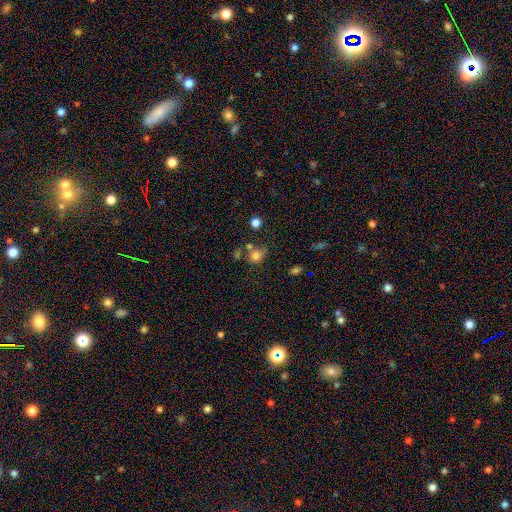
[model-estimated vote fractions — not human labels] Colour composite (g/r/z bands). It shows a smooth galaxy with no disk features (75%) that is round (73%). Merging: none (50%).